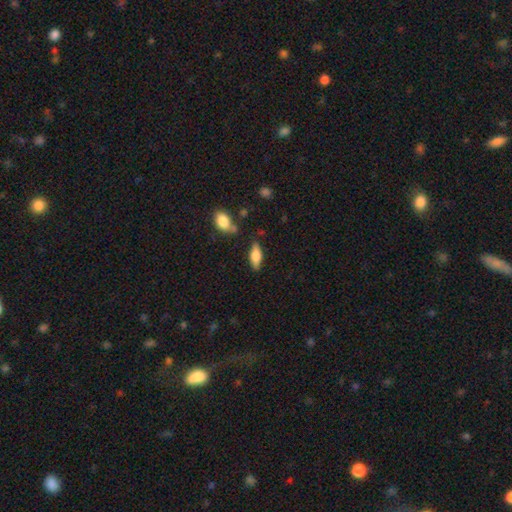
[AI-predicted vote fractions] Smooth or featured? Predicted: smooth (p=0.66). How rounded? Predicted: in between (p=0.72). Merging? Predicted: none (p=0.78).